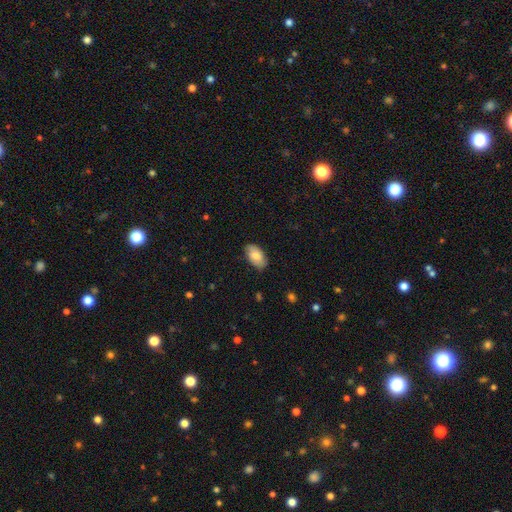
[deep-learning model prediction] Smooth or featured? Predicted: smooth (p=0.81). How rounded? Predicted: in between (p=0.95). Merging? Predicted: none (p=0.84).